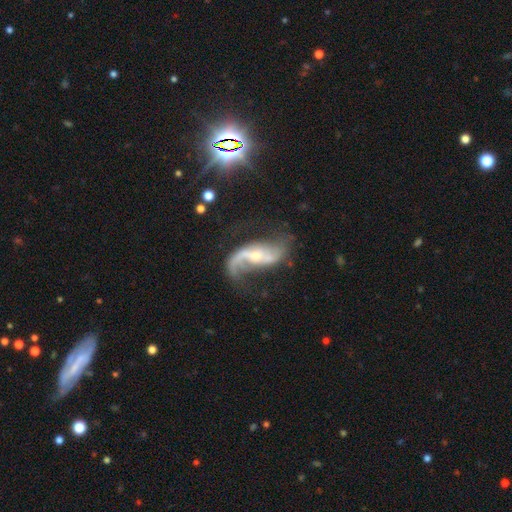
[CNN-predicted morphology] The model was most divided on "bar": no: 42%, weak: 31%, strong: 27%. More confident: spiral arms — yes (95%); edge-on disk — no (95%); smooth or featured — featured or disk (87%); spiral arm count — 2 (84%); spiral winding — loose (81%); merging — none (57%); bulge size — small (54%).